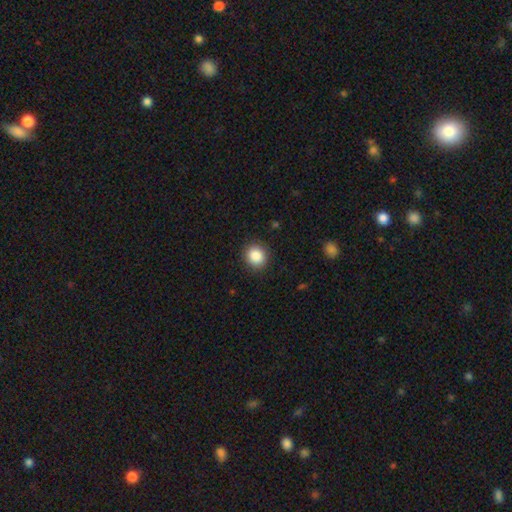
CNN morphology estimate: A smooth galaxy with no disk features (87%) that is round (82%). Merging: none (90%).